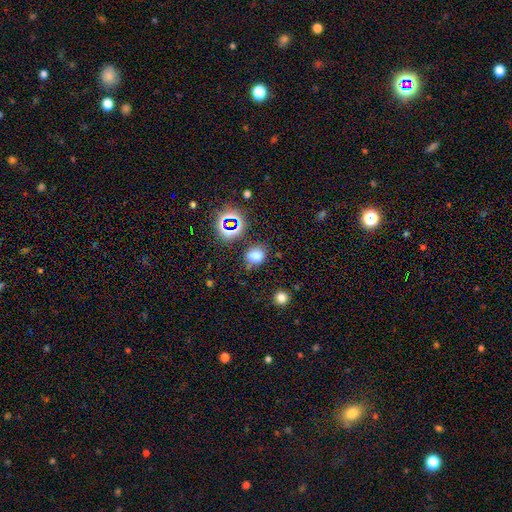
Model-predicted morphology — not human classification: Overall: smooth (69%). How rounded: round (51%; in between 47%). Merging: none (68%).